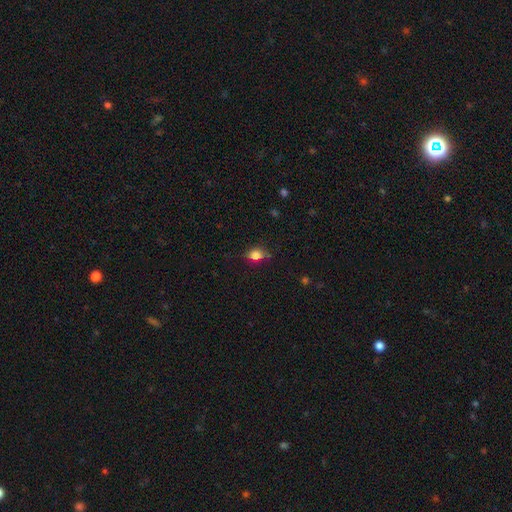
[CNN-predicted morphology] smooth 82%, star or artifact 12%, featured or disk 6%. Down the decision tree: how rounded — in between (57%); merging — none (68%).